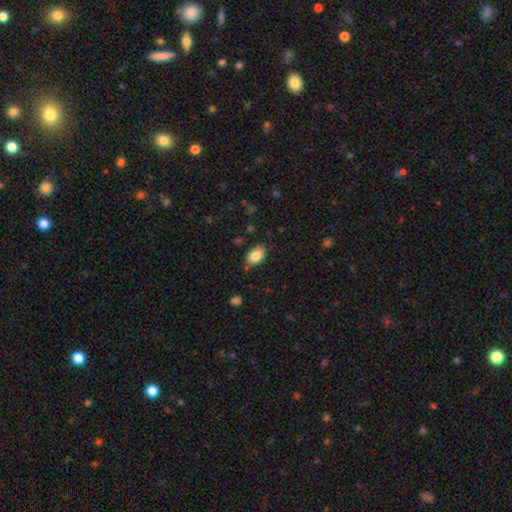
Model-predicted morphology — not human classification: The model was most divided on "merging": none: 79%, minor disturbance: 16%, major disturbance: 3%, merger: 3%. More confident: how rounded — in between (87%); smooth or featured — smooth (84%).